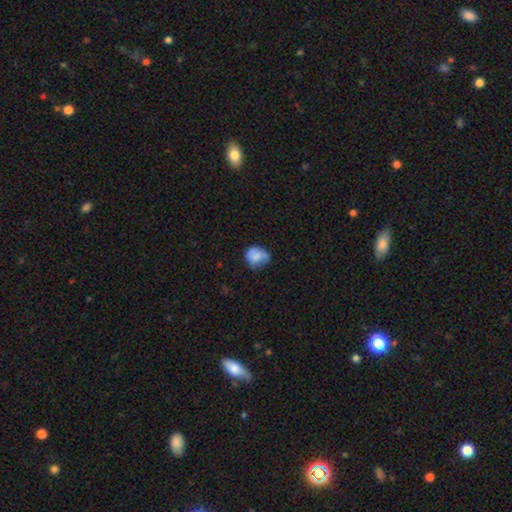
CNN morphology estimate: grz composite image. It shows a smooth galaxy with no disk features (70%) that is round (58%). Merging: none (44%).